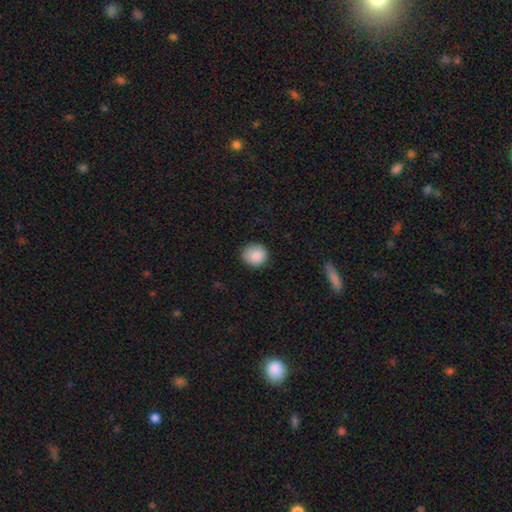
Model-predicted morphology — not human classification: Q: Smooth or featured?
A: smooth (88%); runner-up: star or artifact (8%)
Q: How rounded?
A: round (85%); runner-up: in between (14%)
Q: Merging?
A: none (86%); runner-up: minor disturbance (10%)